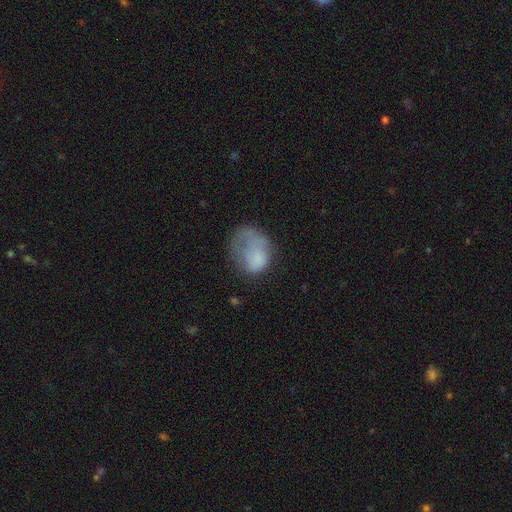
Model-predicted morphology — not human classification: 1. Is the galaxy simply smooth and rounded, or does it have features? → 66% smooth, 24% featured or disk, 10% star or artifact.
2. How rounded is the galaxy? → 67% in between, 32% round, 1% cigar-shaped.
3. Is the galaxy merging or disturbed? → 44% major disturbance, 26% minor disturbance, 26% none, 4% merger.